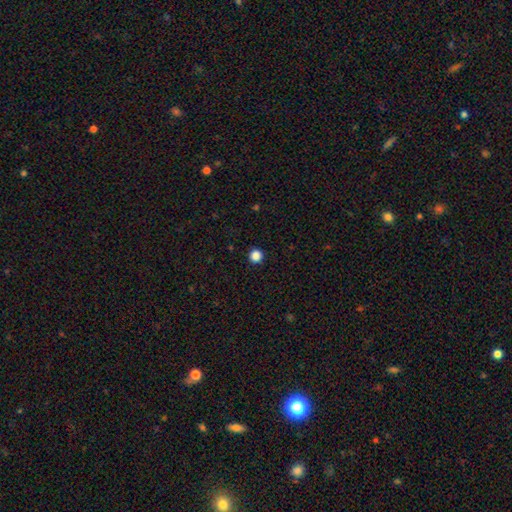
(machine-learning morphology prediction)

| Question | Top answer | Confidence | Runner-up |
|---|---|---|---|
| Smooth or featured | smooth | 86% | star or artifact (11%) |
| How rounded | round | 96% | in between (3%) |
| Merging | none | 93% | minor disturbance (4%) |